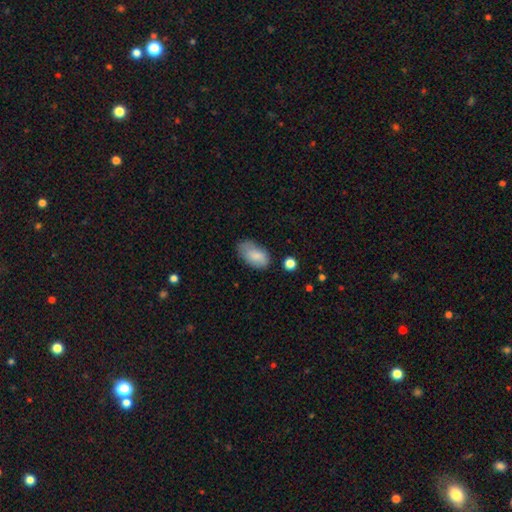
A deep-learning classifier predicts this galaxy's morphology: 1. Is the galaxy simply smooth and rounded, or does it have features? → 82% smooth, 10% featured or disk, 7% star or artifact.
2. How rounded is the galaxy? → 93% in between, 5% round, 2% cigar-shaped.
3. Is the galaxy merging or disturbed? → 63% none, 27% minor disturbance, 7% major disturbance, 3% merger.